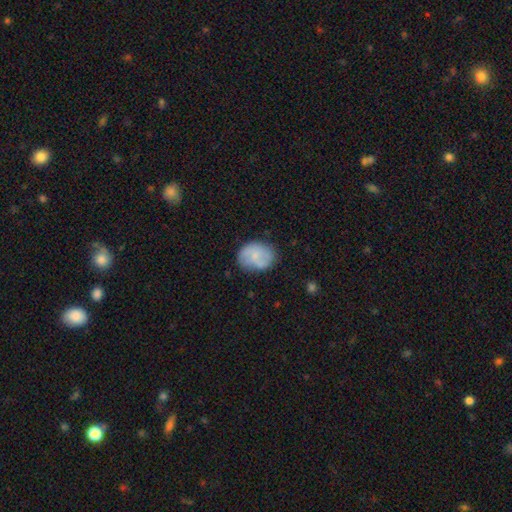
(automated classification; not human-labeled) Morphology: type=smooth (60%); roundness=in between (56%); merging=none (64%).